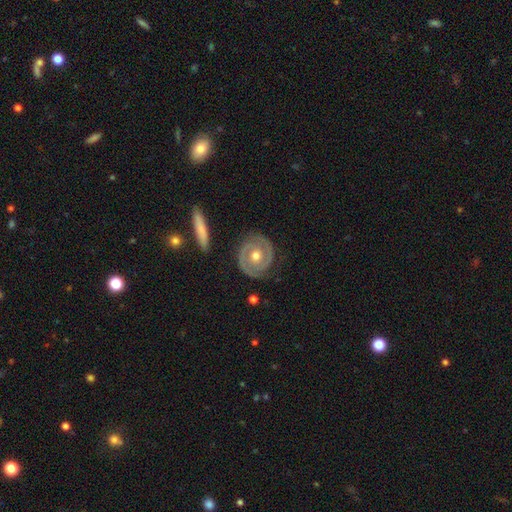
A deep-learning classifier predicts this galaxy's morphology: This is clearly a featured or disk galaxy (85%). It is clearly not viewed edge-on (97%). Bar: likely no (69%). Spiral arm pattern: clearly yes (91%). Spiral arm count: clearly 2 (88%). Spiral winding: likely tight (72%). Central bulge: likely moderate (77%). Merging: clearly none (85%).